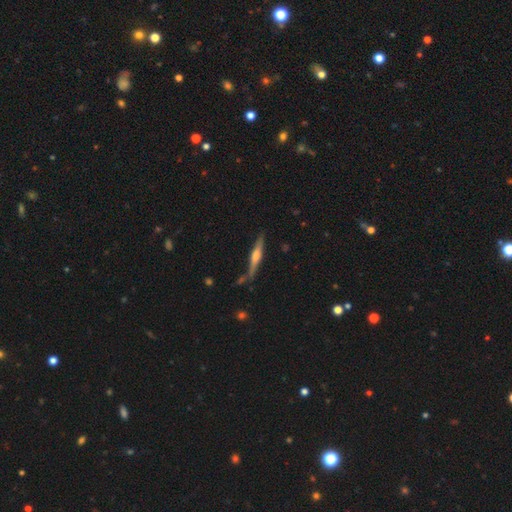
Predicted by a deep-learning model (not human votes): The model was most divided on "smooth or featured": featured or disk: 72%, smooth: 22%, star or artifact: 6%. More confident: edge-on disk — yes (97%); merging — none (78%); edge-on bulge — rounded (76%).